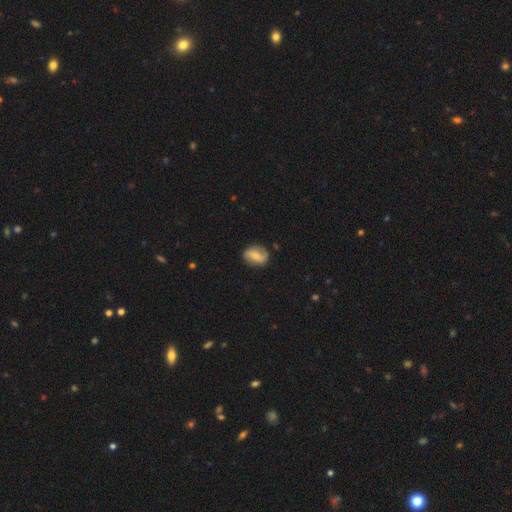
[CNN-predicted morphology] A smooth galaxy with no disk features (57%) that is in between round and cigar-shaped (67%).

Vote fractions:
- Smooth or featured? smooth: 57% / featured or disk: 36% / star or artifact: 8%
- How rounded? in between: 67% / round: 31% / cigar-shaped: 2%
- Merging? none: 76% / minor disturbance: 18% / major disturbance: 5% / merger: 2%